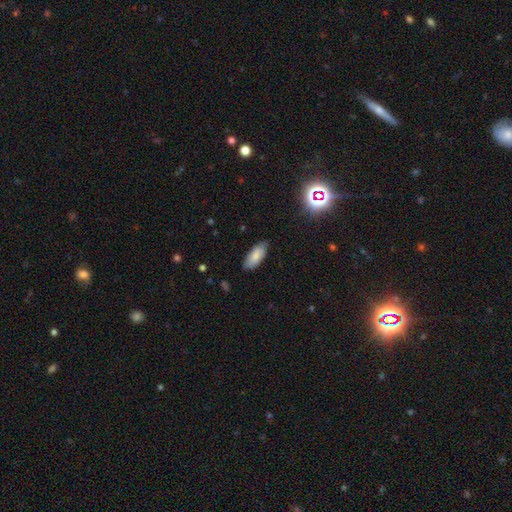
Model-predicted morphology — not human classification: smooth 83%, featured or disk 9%, star or artifact 7%. Down the decision tree: how rounded — in between (83%); merging — none (82%).